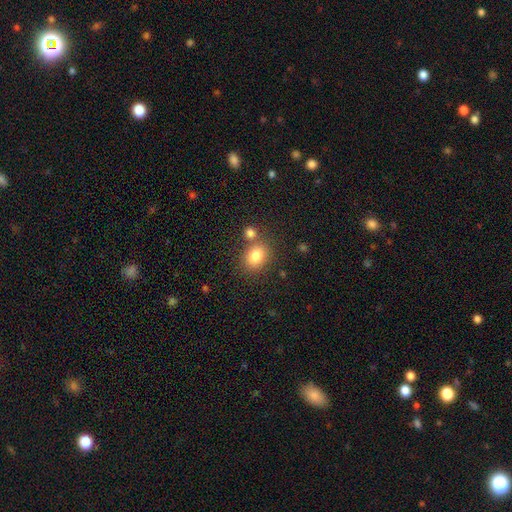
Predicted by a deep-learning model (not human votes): Overall: smooth (82%). How rounded: in between (52%; round 47%). Merging: none (66%).